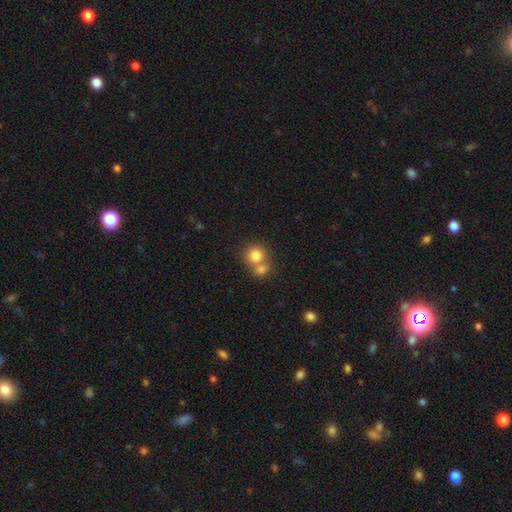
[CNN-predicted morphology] type=smooth (79%); roundness=round (85%); merging=merger (50%).